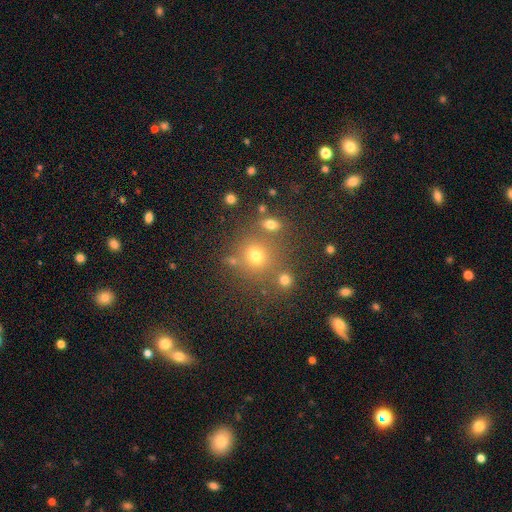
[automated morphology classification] Q: Smooth or featured?
A: smooth (67%); runner-up: star or artifact (23%)
Q: How rounded?
A: round (86%); runner-up: in between (13%)
Q: Merging?
A: none (70%); runner-up: merger (15%)